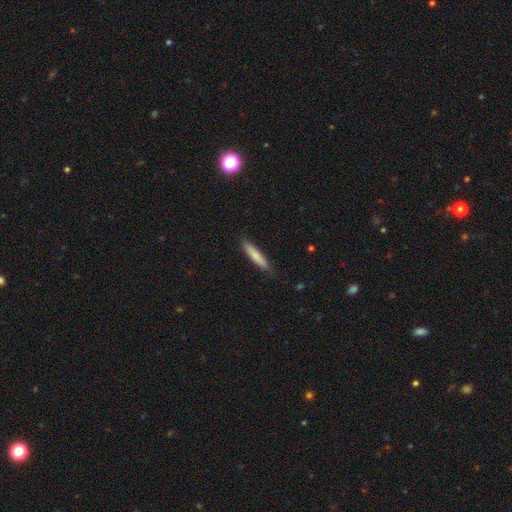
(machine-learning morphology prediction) Overall: smooth (78%). How rounded: cigar-shaped (87%). Merging: none (84%).